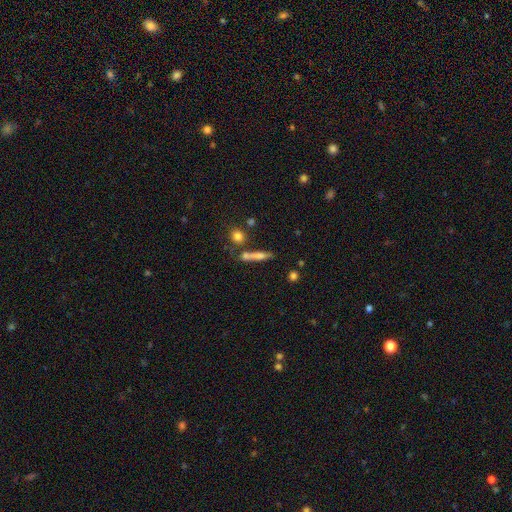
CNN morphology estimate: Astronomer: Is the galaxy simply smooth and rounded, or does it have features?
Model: smooth — 59%.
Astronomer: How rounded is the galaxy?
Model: cigar-shaped — 80%.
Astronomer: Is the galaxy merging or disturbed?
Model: none — 60%.